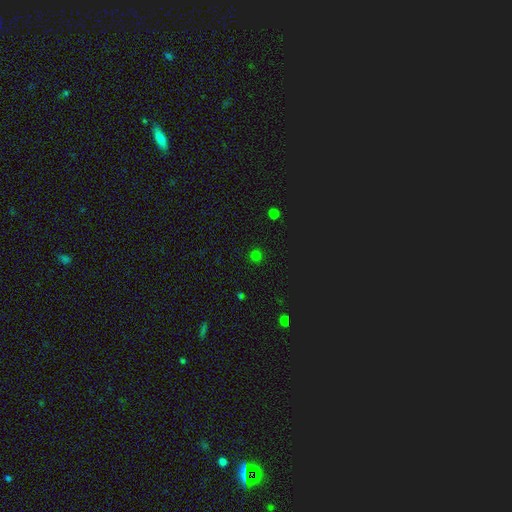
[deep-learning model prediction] smooth_or_featured: smooth (p=0.70) [alt: star or artifact p=0.26]
how_rounded: round (p=0.94) [alt: in between p=0.05]
merging: none (p=0.90) [alt: minor disturbance p=0.06]